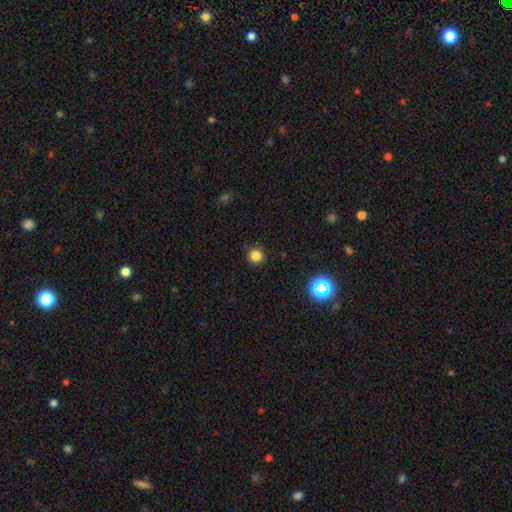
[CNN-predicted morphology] This is clearly a smooth galaxy (81%). How rounded: clearly round (94%). Merging: clearly none (89%).